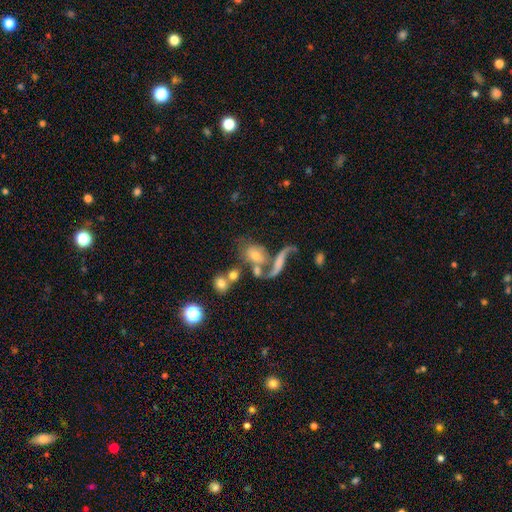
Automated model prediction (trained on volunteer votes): Smooth or featured: featured or disk — 47% (smooth — 37%)
Merging: merger — 40% (none — 31%)